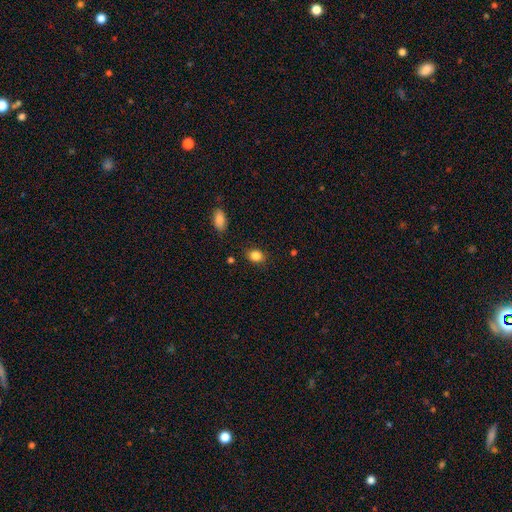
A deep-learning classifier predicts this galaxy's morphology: smooth 85%, star or artifact 10%, featured or disk 5%. Down the decision tree: how rounded — in between (50%); merging — none (84%).